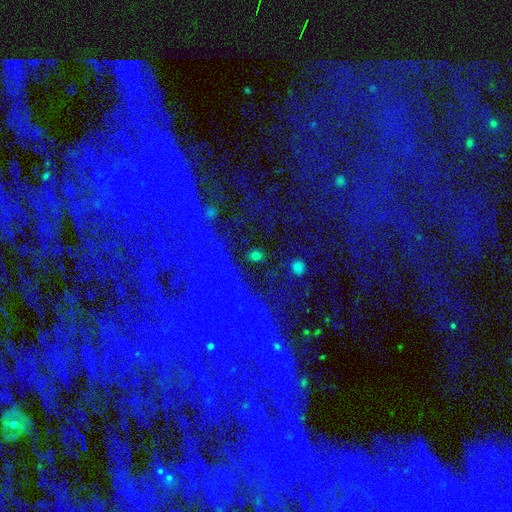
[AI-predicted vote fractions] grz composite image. It shows a smooth galaxy with no disk features (60%) that is round (80%). Merging: none (83%).